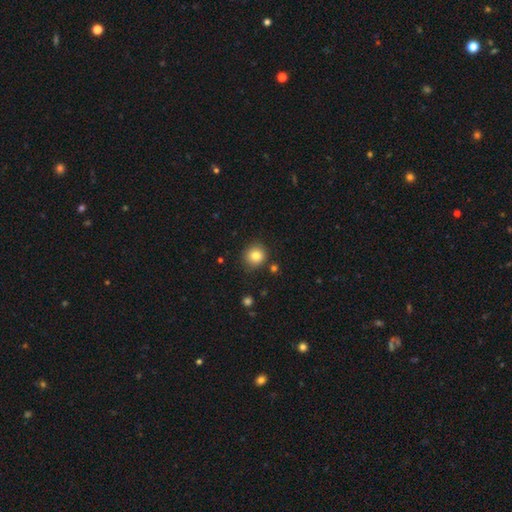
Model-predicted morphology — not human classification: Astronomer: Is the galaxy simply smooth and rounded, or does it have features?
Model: smooth — 83%.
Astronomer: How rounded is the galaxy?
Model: round — 89%.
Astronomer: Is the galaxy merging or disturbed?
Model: none — 84%.